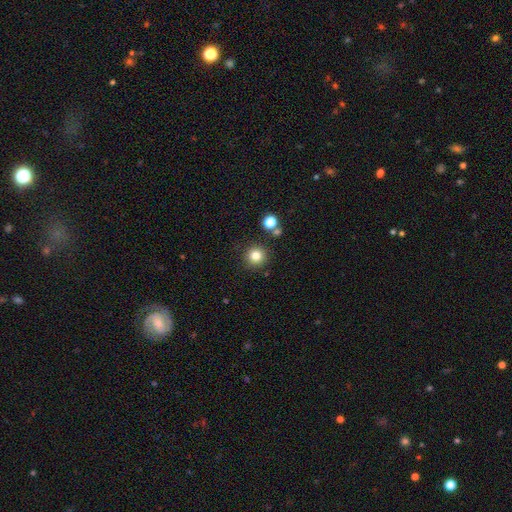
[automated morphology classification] Smooth or featured: smooth — 81% (star or artifact — 13%)
How rounded: round — 95% (in between — 4%)
Merging: none — 86% (minor disturbance — 7%)